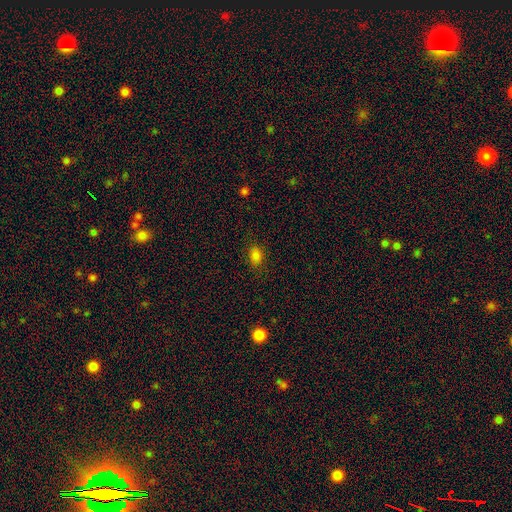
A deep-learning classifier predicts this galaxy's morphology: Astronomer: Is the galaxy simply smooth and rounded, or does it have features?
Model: smooth — 82%.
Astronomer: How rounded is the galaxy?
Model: in between — 77%.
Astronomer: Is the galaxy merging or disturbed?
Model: none — 84%.